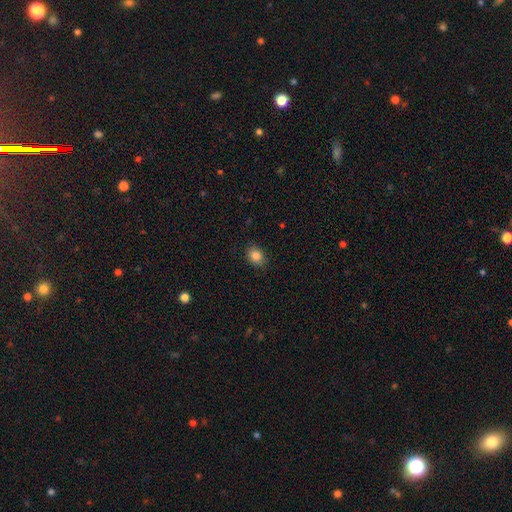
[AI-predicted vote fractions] Overall: smooth (85%). How rounded: in between (62%; round 37%). Merging: none (87%).